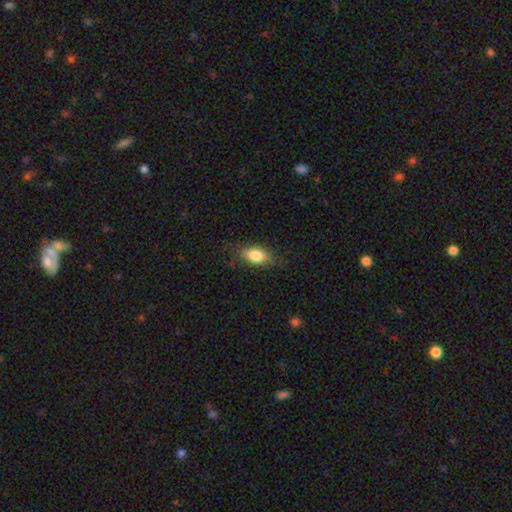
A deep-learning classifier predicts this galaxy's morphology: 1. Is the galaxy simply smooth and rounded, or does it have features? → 79% smooth, 13% featured or disk, 8% star or artifact.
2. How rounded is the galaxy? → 83% in between, 10% round, 7% cigar-shaped.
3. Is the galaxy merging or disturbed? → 78% none, 17% minor disturbance, 4% major disturbance, 1% merger.